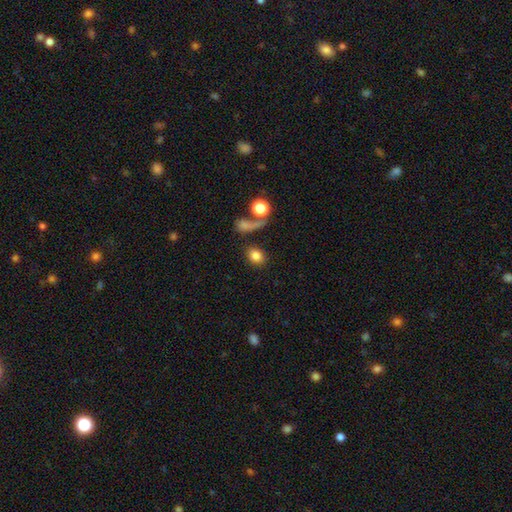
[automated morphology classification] Smooth or featured? smooth (81%)
How rounded? round (56%)
Merging? none (75%)